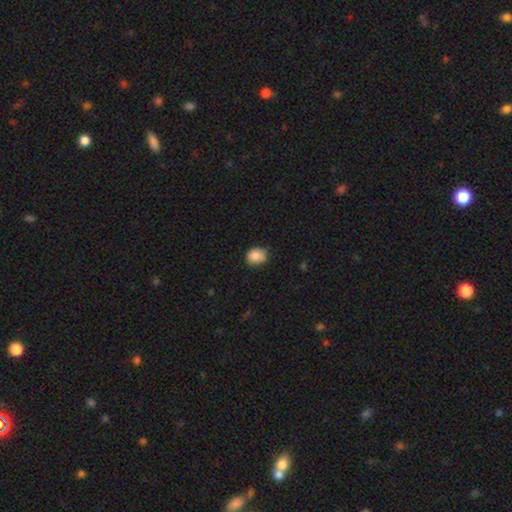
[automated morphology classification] This is clearly a smooth galaxy (86%). How rounded: likely round (61%). Merging: likely none (71%).